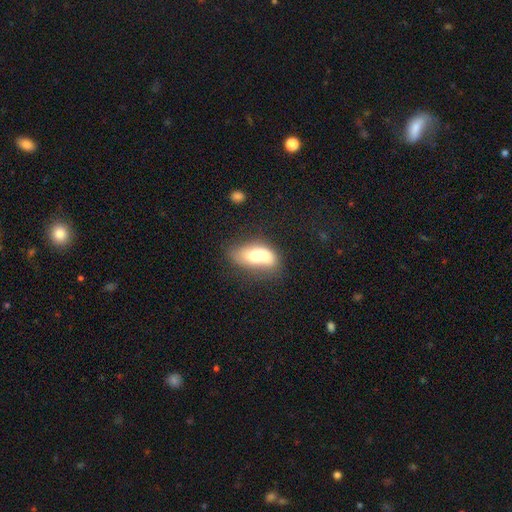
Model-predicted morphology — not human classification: smooth 61%, featured or disk 30%, star or artifact 8%. Down the decision tree: how rounded — in between (84%); merging — merger (35%).